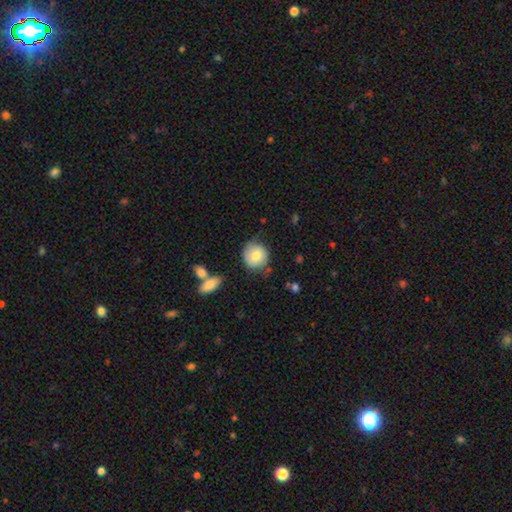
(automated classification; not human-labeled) smooth 77%, featured or disk 17%, star or artifact 7%. Down the decision tree: how rounded — round (88%); merging — none (70%).